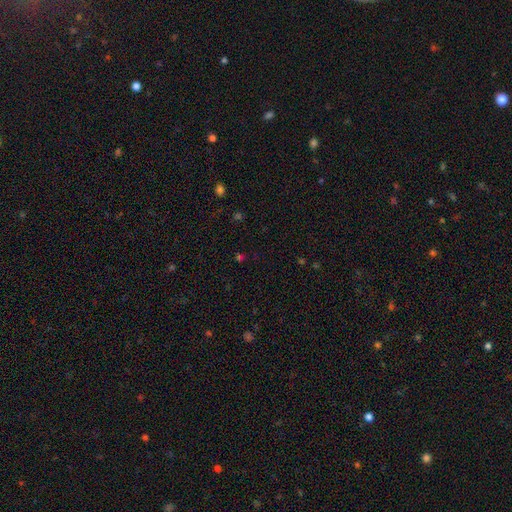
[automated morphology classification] A star or artifact, not a galaxy (54%).